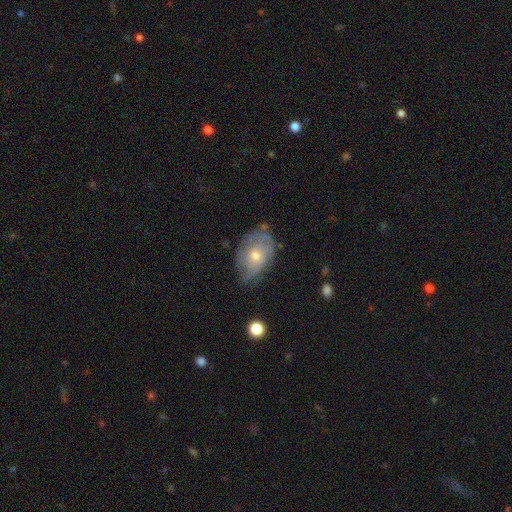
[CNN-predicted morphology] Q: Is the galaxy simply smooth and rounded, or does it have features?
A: featured or disk — 56%.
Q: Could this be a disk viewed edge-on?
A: no — 94%.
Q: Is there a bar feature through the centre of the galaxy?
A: no — 82%.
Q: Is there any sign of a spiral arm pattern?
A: yes — 65%.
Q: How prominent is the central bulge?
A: moderate — 53%.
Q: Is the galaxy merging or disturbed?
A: none — 56%.